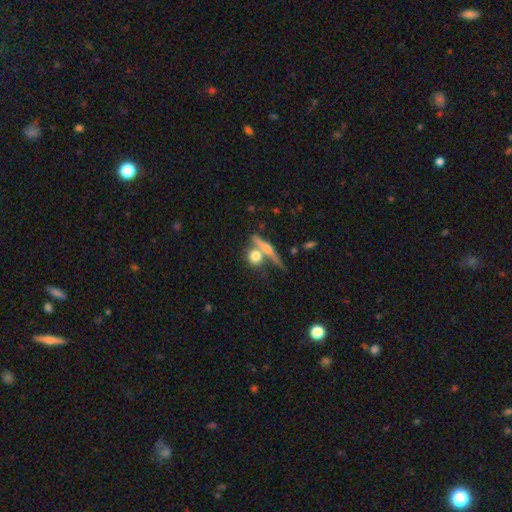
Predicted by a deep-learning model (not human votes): smooth 59%, featured or disk 31%, star or artifact 10%. Down the decision tree: how rounded — round (64%); merging — none (52%).